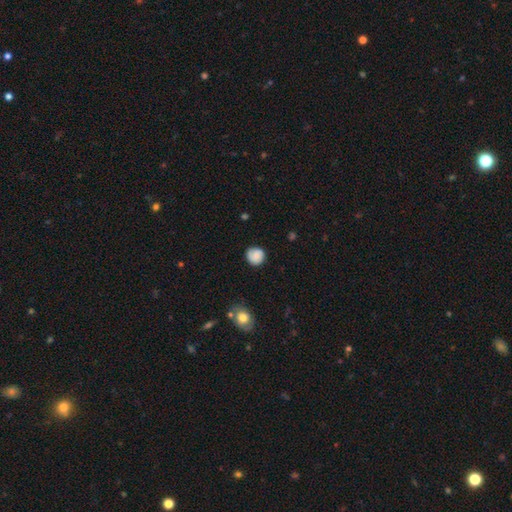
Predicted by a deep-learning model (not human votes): Morphology: type=smooth (76%); roundness=round (86%); merging=none (75%).